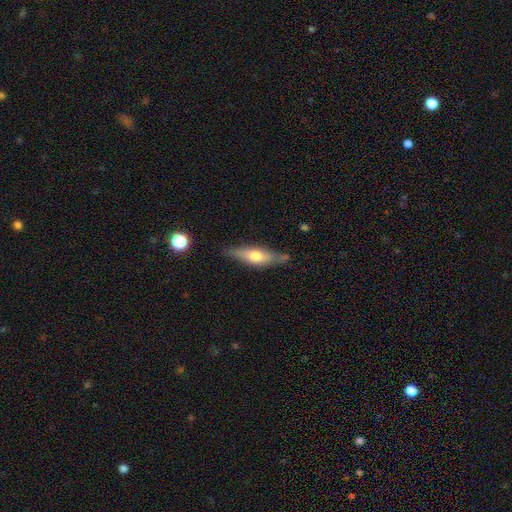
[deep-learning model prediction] Morphology: type=featured or disk (50%); edge-on=yes (87%); merging=none (77%).